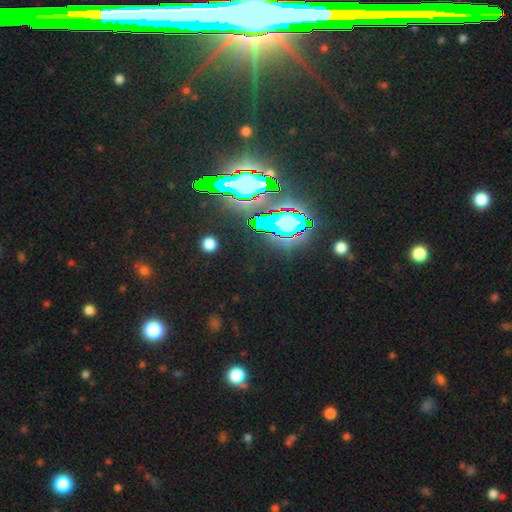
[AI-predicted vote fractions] Smooth or featured: star or artifact — 83% (featured or disk — 9%)